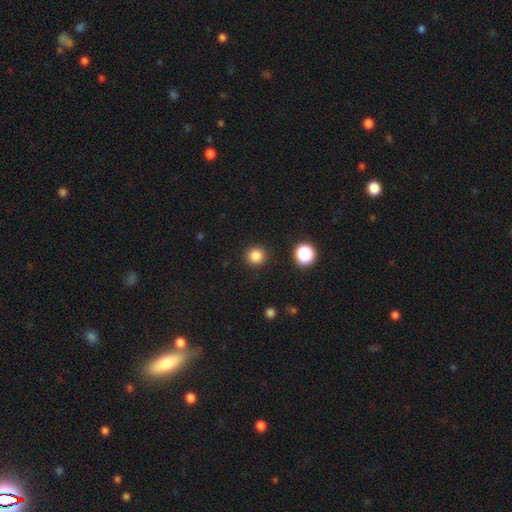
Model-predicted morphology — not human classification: The model was most divided on "smooth or featured": smooth: 84%, star or artifact: 13%, featured or disk: 3%. More confident: how rounded — round (94%); merging — none (91%).